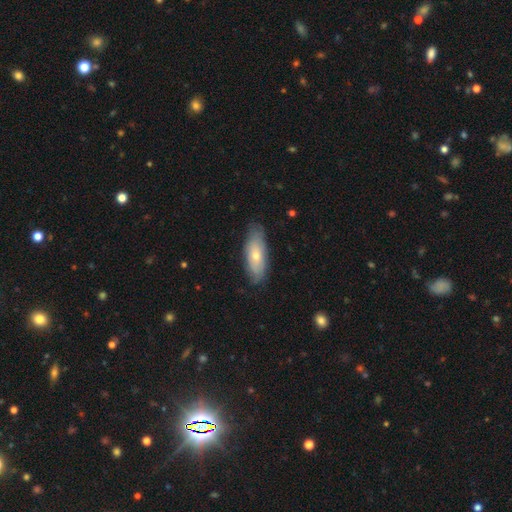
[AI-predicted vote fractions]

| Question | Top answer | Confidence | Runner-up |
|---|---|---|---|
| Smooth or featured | smooth | 56% | featured or disk (38%) |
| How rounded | in between | 71% | cigar-shaped (27%) |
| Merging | none | 74% | minor disturbance (20%) |